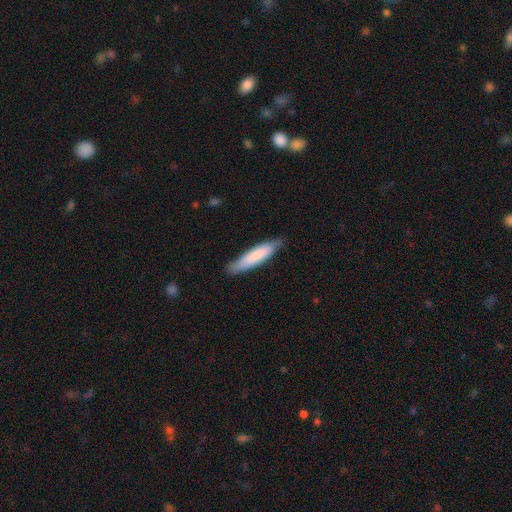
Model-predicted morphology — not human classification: smooth 77%, featured or disk 18%, star or artifact 5%. Down the decision tree: how rounded — cigar-shaped (81%); merging — none (79%).